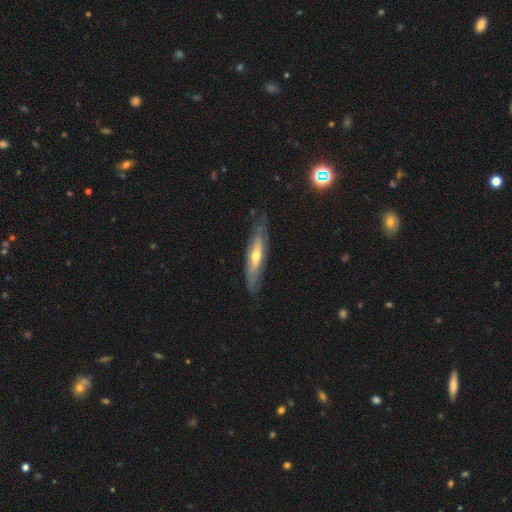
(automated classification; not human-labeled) Morphology: type=featured or disk (57%); edge-on=yes (63%); merging=none (76%).